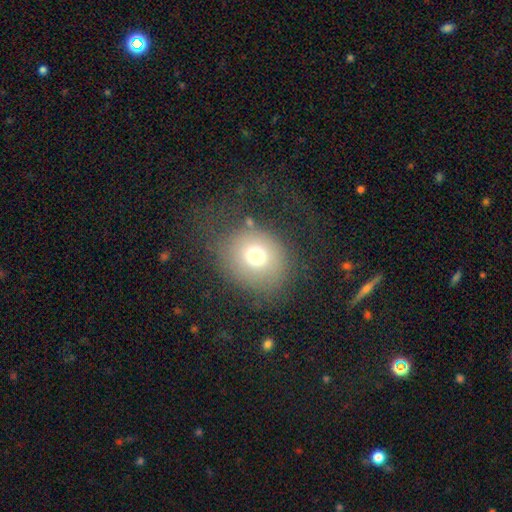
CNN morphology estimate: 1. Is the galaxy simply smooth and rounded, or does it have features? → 71% smooth, 15% star or artifact, 14% featured or disk.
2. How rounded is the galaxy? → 75% round, 24% in between, 1% cigar-shaped.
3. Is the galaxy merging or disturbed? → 65% none, 17% minor disturbance, 16% major disturbance, 3% merger.